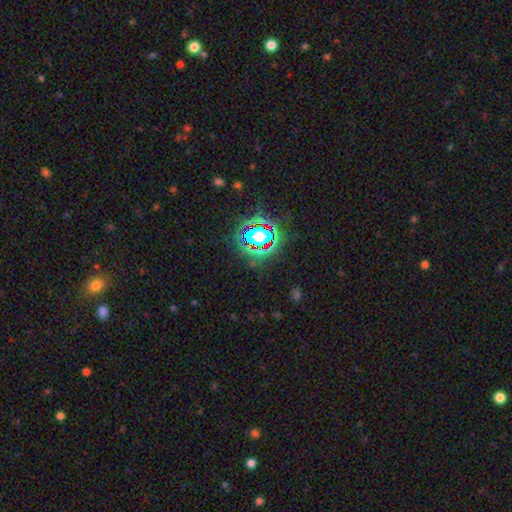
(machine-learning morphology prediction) Smooth or featured?
  - star or artifact: 77% *
  - smooth: 15%
  - featured or disk: 9%